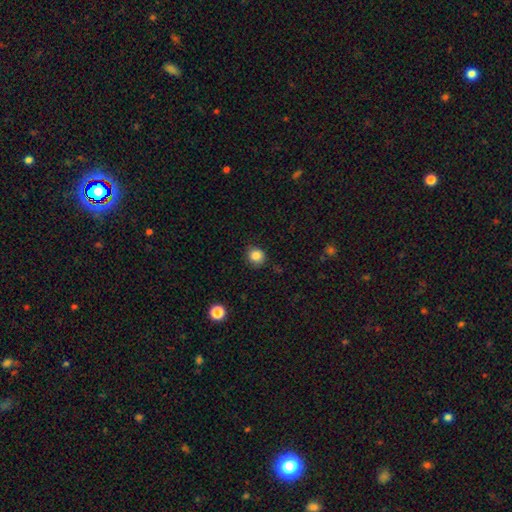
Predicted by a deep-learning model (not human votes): The model was most divided on "how rounded": round: 84%, in between: 15%, cigar-shaped: 1%. More confident: merging — none (86%); smooth or featured — smooth (85%).